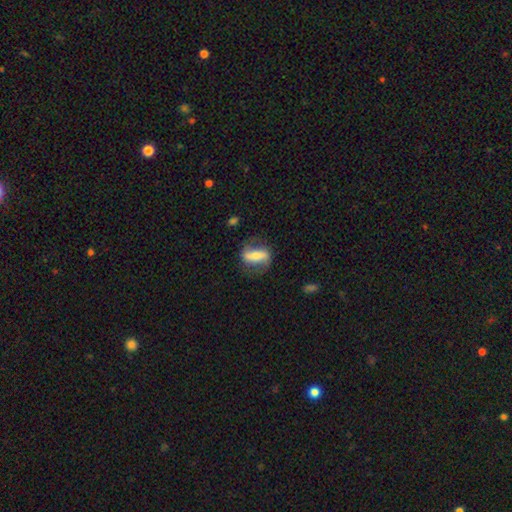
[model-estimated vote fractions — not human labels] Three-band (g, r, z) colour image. It shows a featured or disk galaxy (57%). Merging: none (70%).